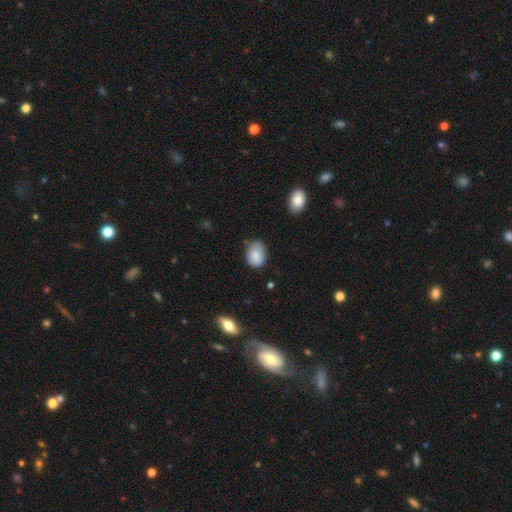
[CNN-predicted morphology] Smooth or featured: smooth — 84% (featured or disk — 9%)
How rounded: in between — 74% (round — 25%)
Merging: none — 58% (minor disturbance — 34%)